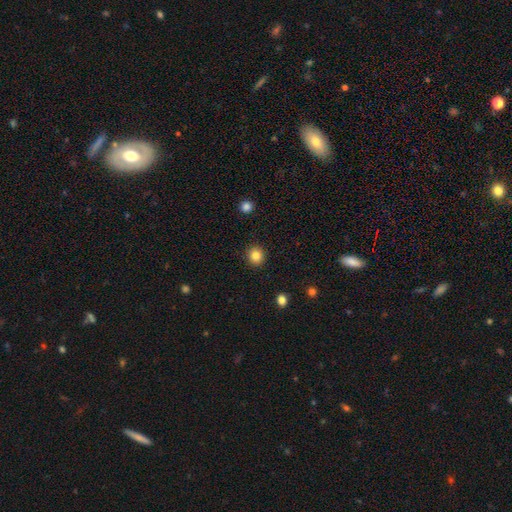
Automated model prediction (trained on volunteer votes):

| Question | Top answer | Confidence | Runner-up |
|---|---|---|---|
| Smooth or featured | smooth | 84% | star or artifact (11%) |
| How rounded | round | 89% | in between (10%) |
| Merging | none | 92% | minor disturbance (5%) |